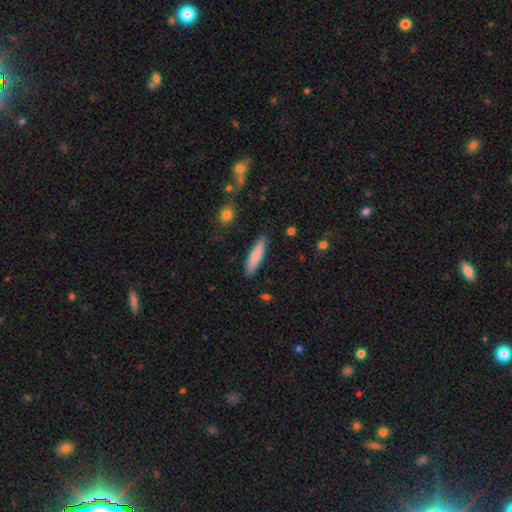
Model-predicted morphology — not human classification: smooth 79%, featured or disk 16%, star or artifact 6%. Down the decision tree: how rounded — cigar-shaped (75%); merging — none (87%).